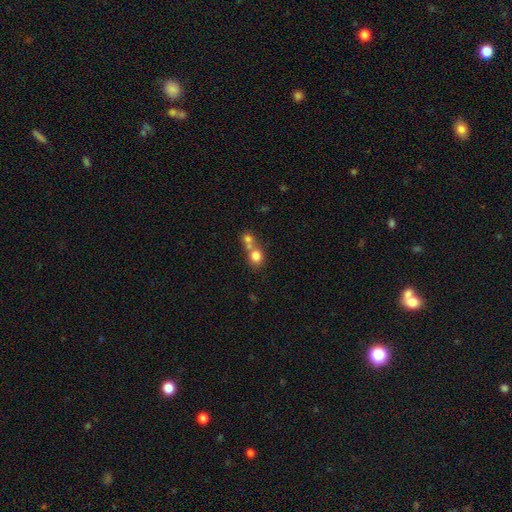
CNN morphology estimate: smooth 77%, featured or disk 12%, star or artifact 11%. Down the decision tree: how rounded — round (77%); merging — merger (57%).